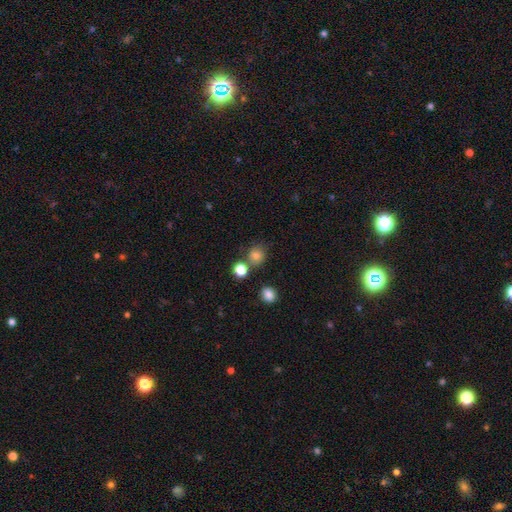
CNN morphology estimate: Smooth or featured? Predicted: smooth (p=0.79). How rounded? Predicted: round (p=0.85). Merging? Predicted: none (p=0.72).